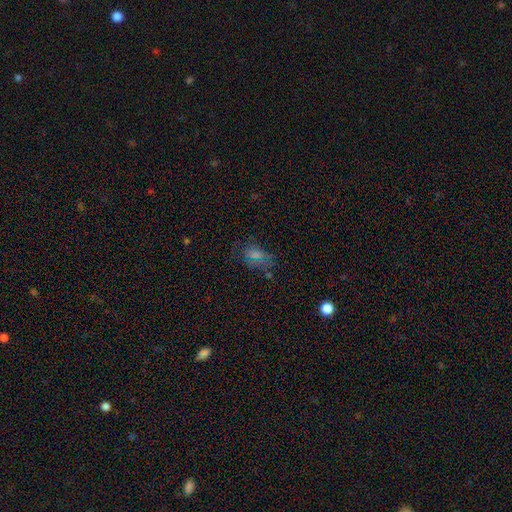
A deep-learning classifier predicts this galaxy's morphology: The model was most divided on "merging": none: 52%, minor disturbance: 25%, major disturbance: 19%, merger: 4%. More confident: how rounded — in between (83%); smooth or featured — smooth (61%).